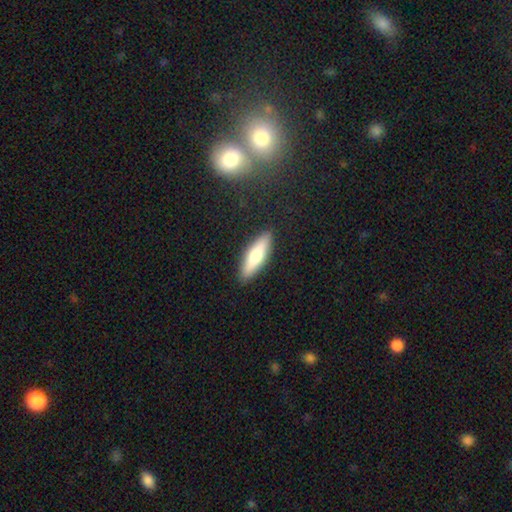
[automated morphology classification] Overall: smooth (66%; featured or disk 29%). How rounded: cigar-shaped (60%; in between 38%). Merging: none (90%).